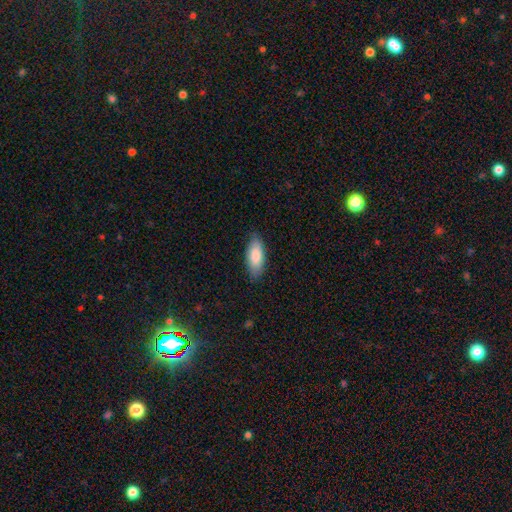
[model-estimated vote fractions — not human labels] A smooth galaxy with no disk features (84%) that is in between round and cigar-shaped (83%). Merging: none (85%).